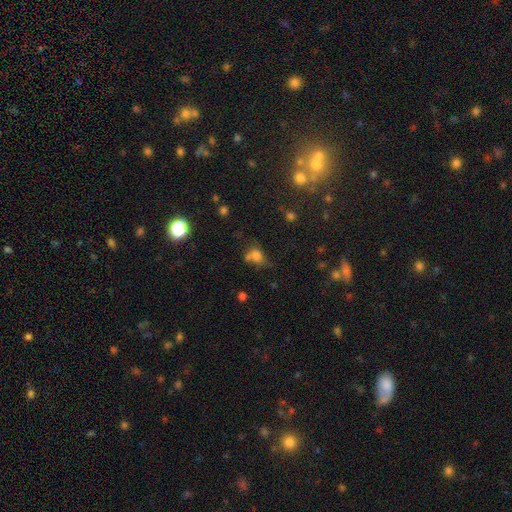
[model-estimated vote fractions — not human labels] Smooth or featured? smooth (68%)
How rounded? in between (56%)
Merging? none (37%)